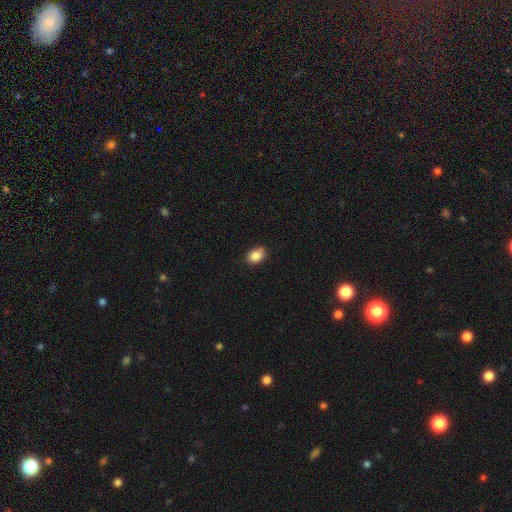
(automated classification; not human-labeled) Q: Smooth or featured?
A: smooth (87%); runner-up: star or artifact (8%)
Q: How rounded?
A: in between (80%); runner-up: round (19%)
Q: Merging?
A: none (82%); runner-up: minor disturbance (15%)